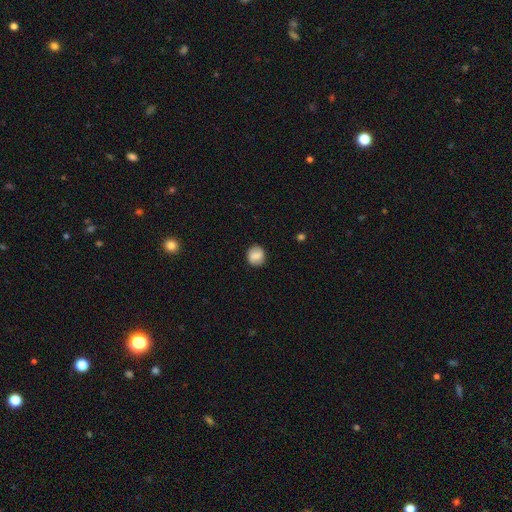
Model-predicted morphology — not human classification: Smooth or featured? Predicted: smooth (p=0.79). How rounded? Predicted: round (p=0.84). Merging? Predicted: none (p=0.87).